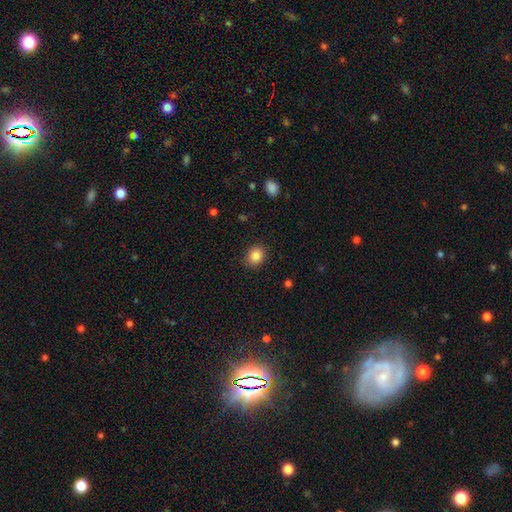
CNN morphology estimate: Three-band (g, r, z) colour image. It shows a smooth galaxy with no disk features (85%) that is round (69%). Merging: none (87%).